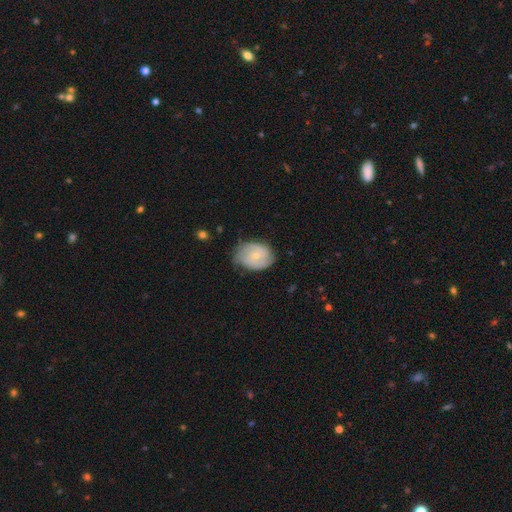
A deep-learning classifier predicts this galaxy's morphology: A featured or disk galaxy (65%) with no bar (68%), 2 (49%) tight (55%) spiral arms (87%) and a small central bulge (66%).

Vote fractions:
- Smooth or featured? featured or disk: 65% / smooth: 29% / star or artifact: 6%
- Edge-on disk? no: 97% / yes: 3%
- Bar? no: 68% / weak: 27% / strong: 4%
- Spiral arms? yes: 87% / no: 13%
- Spiral winding? tight: 55% / medium: 35% / loose: 10%
- Spiral arm count? 2: 49% / can't tell: 27% / 3: 14% / 1: 4% / 4: 3% / more than 4: 3%
- Bulge size? small: 66% / moderate: 30% / none: 3% / large: 1% / dominant: 1%
- Merging? none: 65% / minor disturbance: 26% / major disturbance: 7% / merger: 1%